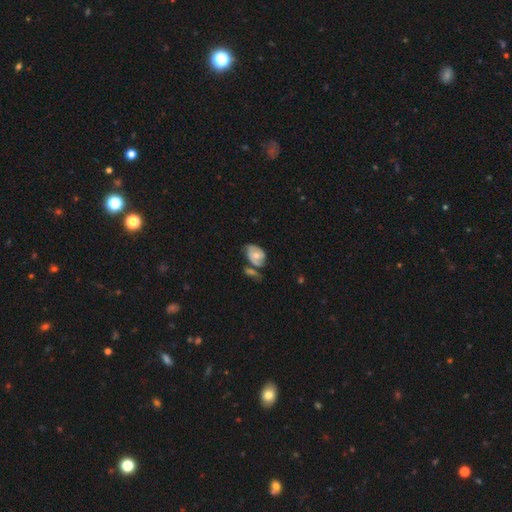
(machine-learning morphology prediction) Smooth or featured: featured or disk — 48% (smooth — 45%)
Merging: none — 41% (minor disturbance — 25%)